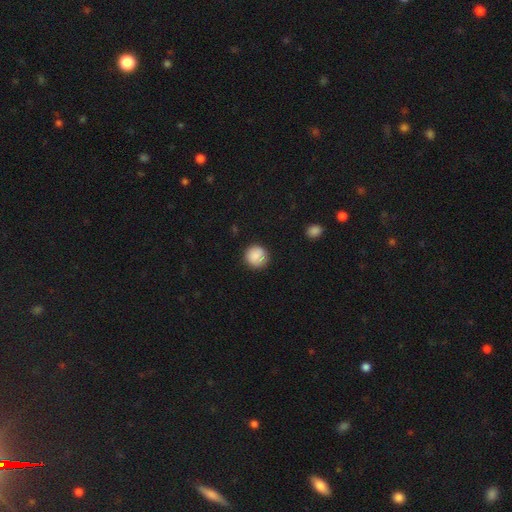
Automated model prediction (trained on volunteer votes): Smooth or featured: smooth — 86% (star or artifact — 8%)
How rounded: round — 93% (in between — 6%)
Merging: none — 84% (minor disturbance — 12%)